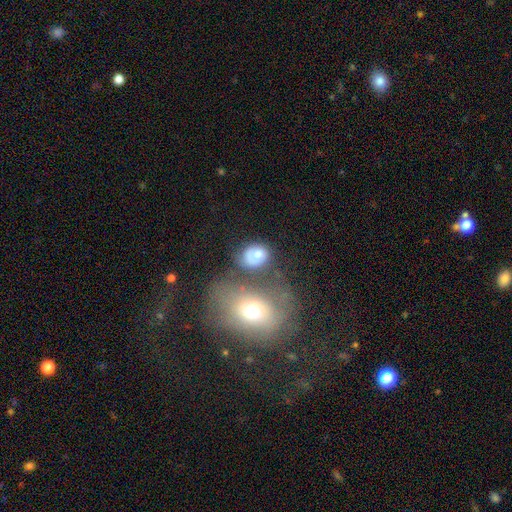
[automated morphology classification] A smooth galaxy with no disk features (66%) that is round (59%).

Vote fractions:
- Smooth or featured? smooth: 66% / featured or disk: 24% / star or artifact: 10%
- How rounded? round: 59% / in between: 40% / cigar-shaped: 1%
- Merging? none: 47% / merger: 21% / minor disturbance: 19% / major disturbance: 14%